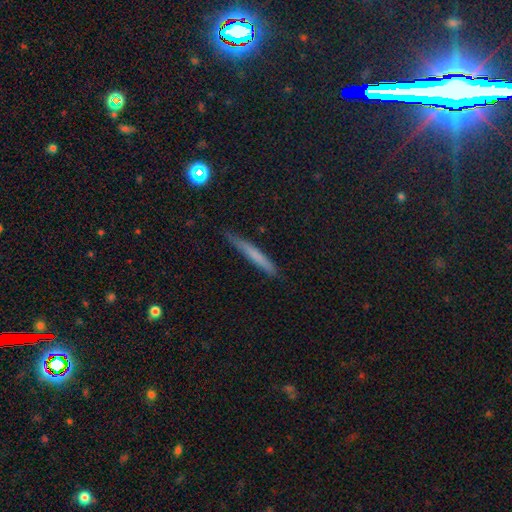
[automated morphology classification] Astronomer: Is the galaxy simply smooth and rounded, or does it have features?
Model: smooth — 64%.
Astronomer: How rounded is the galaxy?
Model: cigar-shaped — 95%.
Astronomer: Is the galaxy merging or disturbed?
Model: none — 79%.